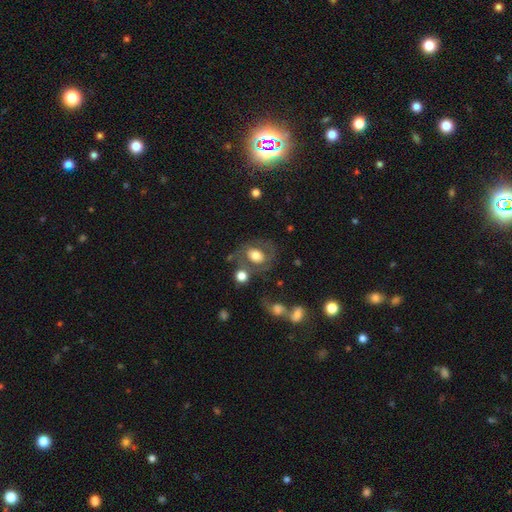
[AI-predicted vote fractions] Smooth or featured?
  - smooth: 49% *
  - featured or disk: 42%
  - star or artifact: 9%
Merging?
  - none: 59% *
  - minor disturbance: 17%
  - major disturbance: 14%
  - merger: 10%